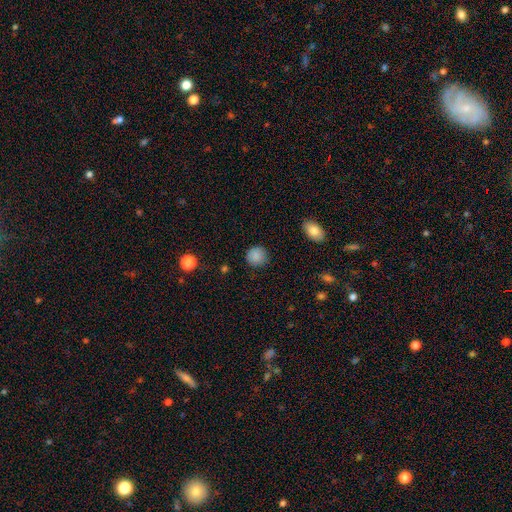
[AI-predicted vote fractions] Morphology: type=smooth (87%); roundness=round (90%); merging=none (87%).